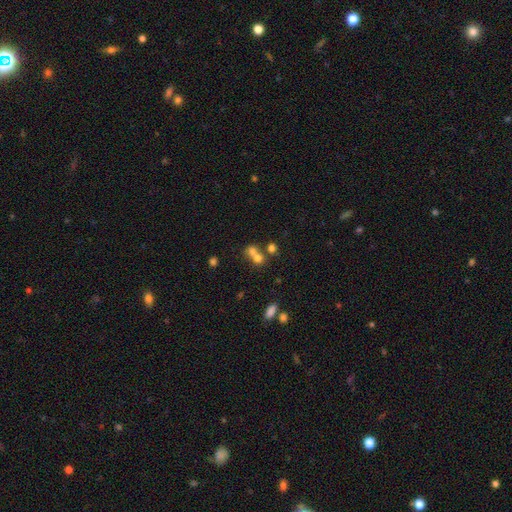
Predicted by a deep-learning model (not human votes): This is likely a smooth galaxy (66%). How rounded: likely round (69%). Merging: possibly merger (58%).